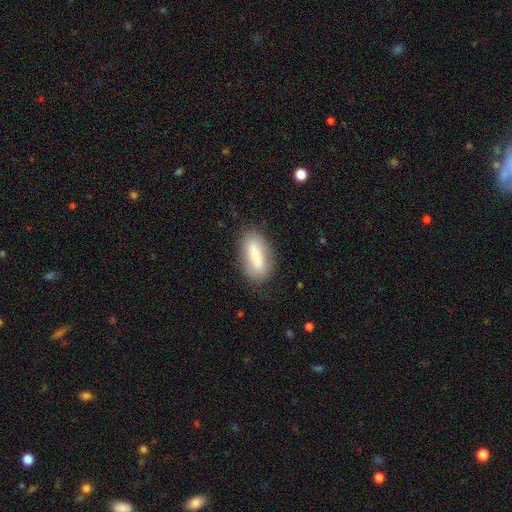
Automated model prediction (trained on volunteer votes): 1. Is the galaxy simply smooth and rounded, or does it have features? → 59% smooth, 33% featured or disk, 7% star or artifact.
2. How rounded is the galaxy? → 81% in between, 15% cigar-shaped, 4% round.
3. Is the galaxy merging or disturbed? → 80% none, 13% minor disturbance, 4% major disturbance, 3% merger.